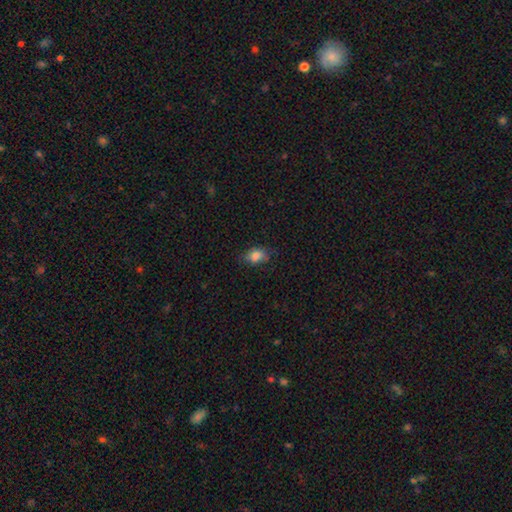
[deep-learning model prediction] This appears to be a smooth galaxy with no disk features (84%) that is in between round and cigar-shaped (81%). Merging: none (75%).